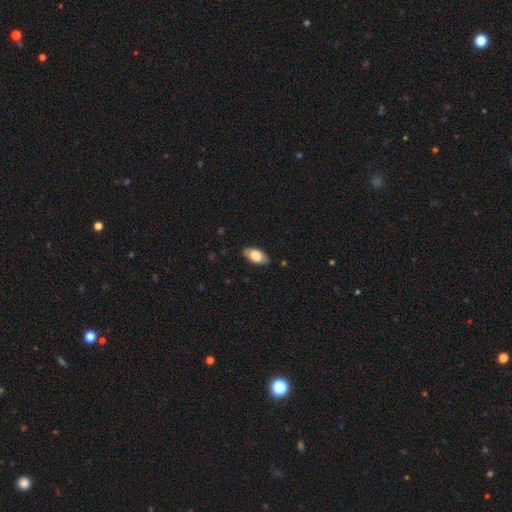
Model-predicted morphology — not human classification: smooth 78%, featured or disk 15%, star or artifact 7%. Down the decision tree: how rounded — in between (93%); merging — none (79%).